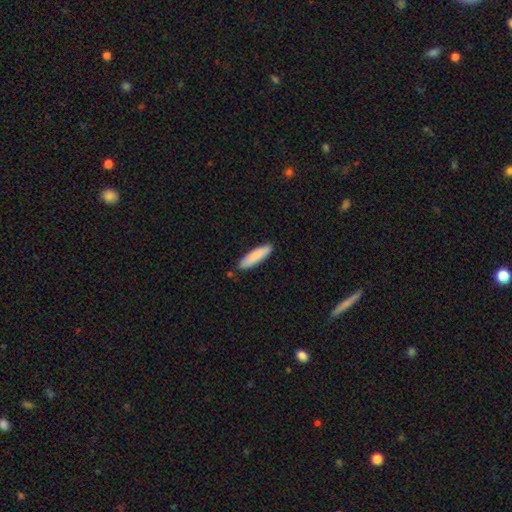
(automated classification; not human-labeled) Smooth or featured? smooth (86%)
How rounded? cigar-shaped (74%)
Merging? none (86%)